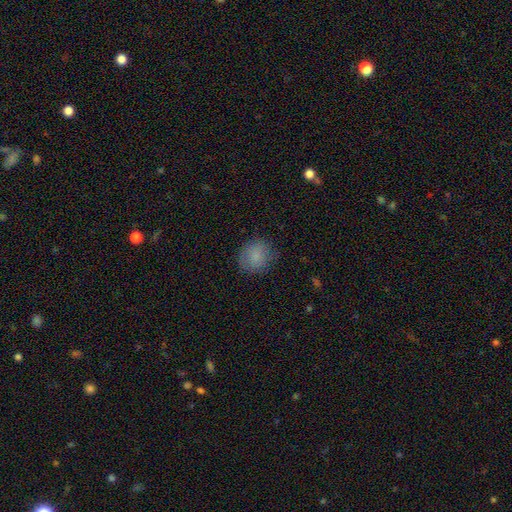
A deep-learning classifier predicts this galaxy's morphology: type=smooth (84%); roundness=round (80%); merging=none (80%).